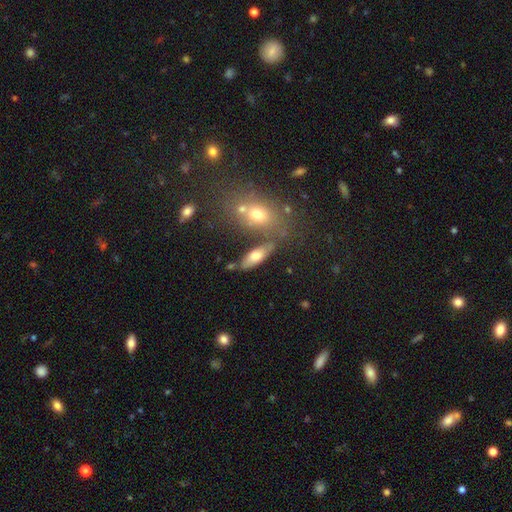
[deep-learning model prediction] This is likely a smooth galaxy (65%). How rounded: likely in between (69%). Merging: likely none (64%).